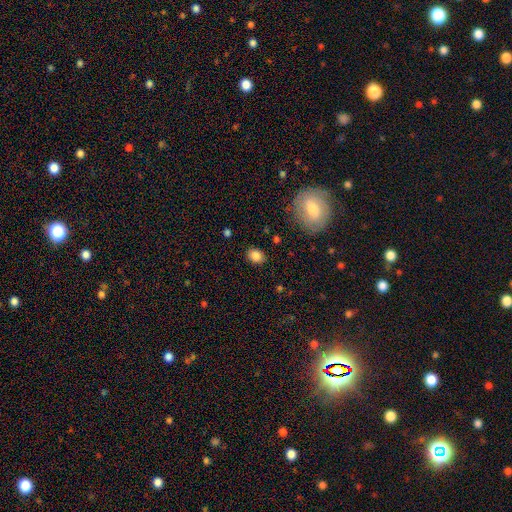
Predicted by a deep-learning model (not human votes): Overall: smooth (84%). How rounded: in between (58%; round 41%). Merging: none (87%).